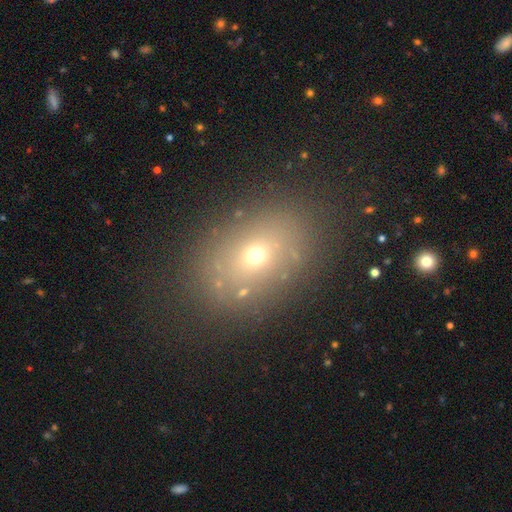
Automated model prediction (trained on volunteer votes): Overall: smooth (61%; star or artifact 21%). How rounded: in between (65%; round 33%). Merging: none (80%).